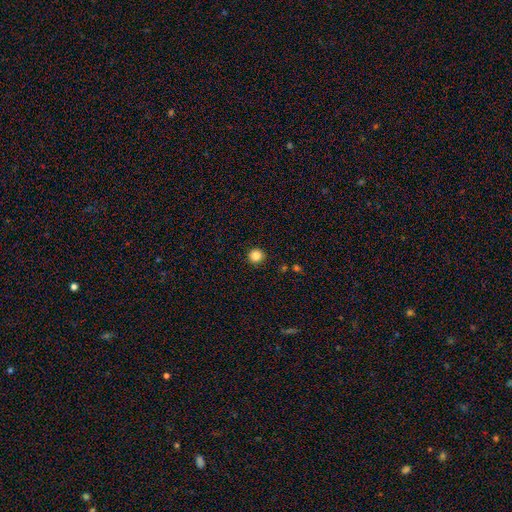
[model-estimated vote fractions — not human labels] This is clearly a smooth galaxy (85%). How rounded: clearly round (95%). Merging: clearly none (92%).